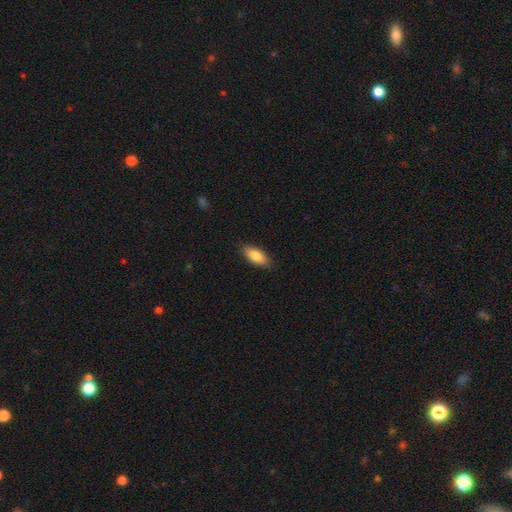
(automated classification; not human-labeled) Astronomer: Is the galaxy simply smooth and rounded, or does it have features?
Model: smooth — 83%.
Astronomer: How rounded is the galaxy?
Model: in between — 83%.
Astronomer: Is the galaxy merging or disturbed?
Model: none — 86%.